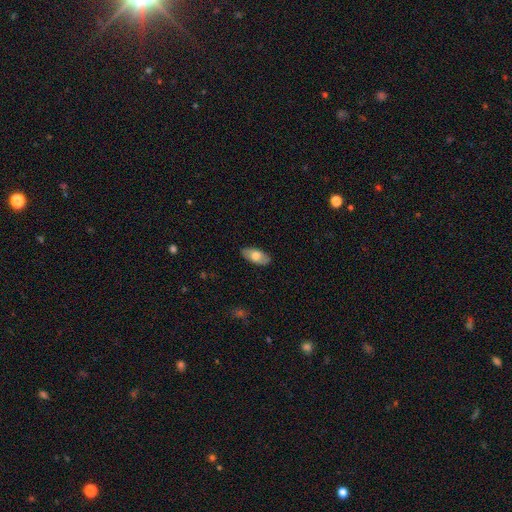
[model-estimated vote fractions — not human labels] The model was most divided on "smooth or featured": smooth: 68%, featured or disk: 26%, star or artifact: 6%. More confident: how rounded — in between (92%); merging — none (87%).